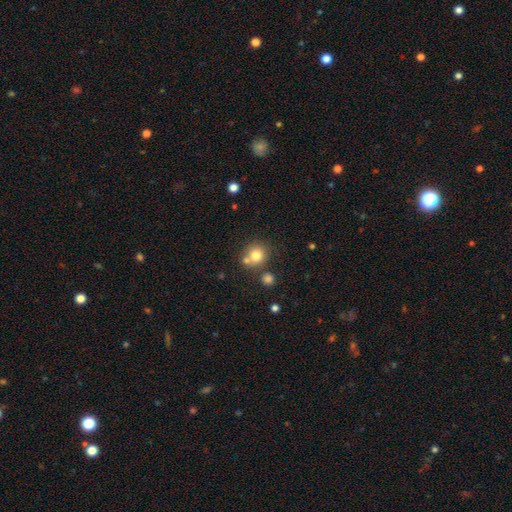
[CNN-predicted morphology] smooth_or_featured: smooth (p=0.77) [alt: star or artifact p=0.12]
how_rounded: round (p=0.87) [alt: in between p=0.12]
merging: none (p=0.60) [alt: merger p=0.27]